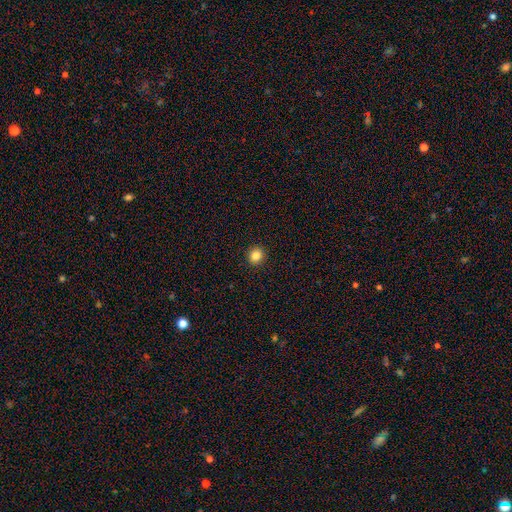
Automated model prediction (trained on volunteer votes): This is clearly a smooth galaxy (85%). How rounded: clearly round (91%). Merging: clearly none (93%).